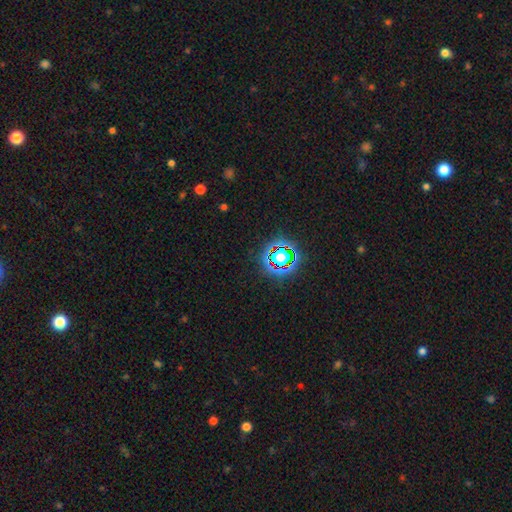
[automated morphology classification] A star or artifact, not a galaxy (81%).

Vote fractions:
- Smooth or featured? star or artifact: 81% / smooth: 11% / featured or disk: 8%